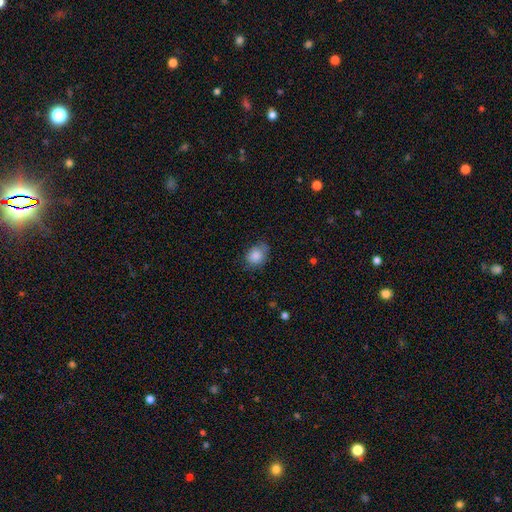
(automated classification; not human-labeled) smooth_or_featured: smooth (p=0.85) [alt: star or artifact p=0.08]
how_rounded: in between (p=0.53) [alt: round p=0.46]
merging: none (p=0.66) [alt: minor disturbance p=0.27]